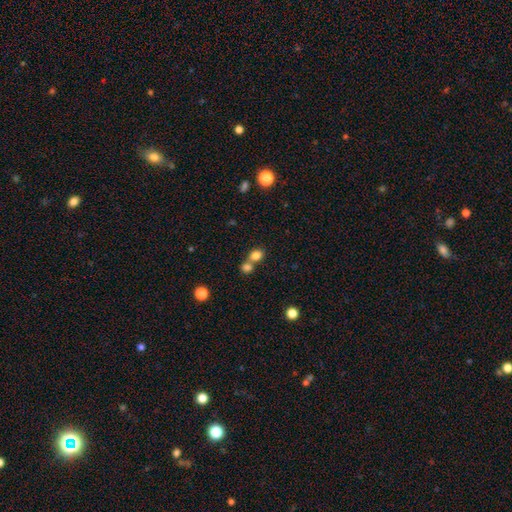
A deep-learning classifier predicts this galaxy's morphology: type=smooth (81%); roundness=round (62%); merging=merger (50%).